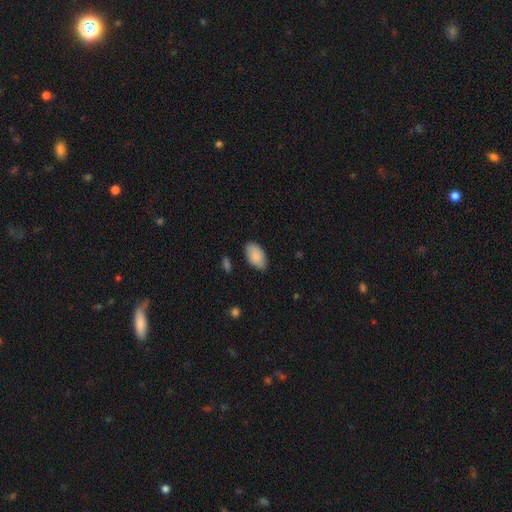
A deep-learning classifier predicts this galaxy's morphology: This appears to be a smooth galaxy with no disk features (87%) that is in between round and cigar-shaped (94%). Merging: none (77%).